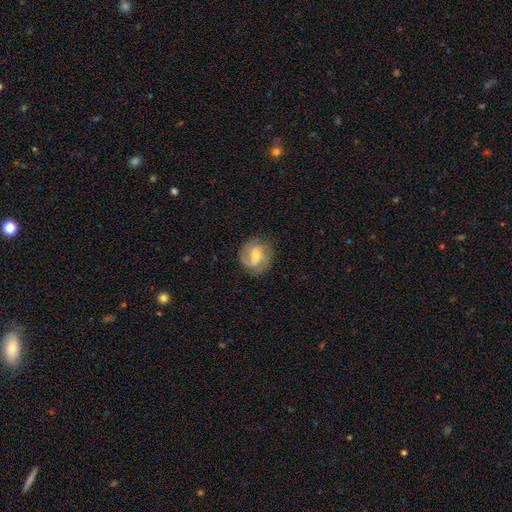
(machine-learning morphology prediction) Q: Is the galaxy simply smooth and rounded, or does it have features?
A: featured or disk — 71%.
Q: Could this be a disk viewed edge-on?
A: no — 98%.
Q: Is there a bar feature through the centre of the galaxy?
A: no — 44%, tied with weak.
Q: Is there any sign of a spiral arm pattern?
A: yes — 92%.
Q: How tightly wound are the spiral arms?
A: medium — 45%.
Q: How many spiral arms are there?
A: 2 — 60%.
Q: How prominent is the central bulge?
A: small — 48%.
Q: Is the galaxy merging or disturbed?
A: none — 77%.